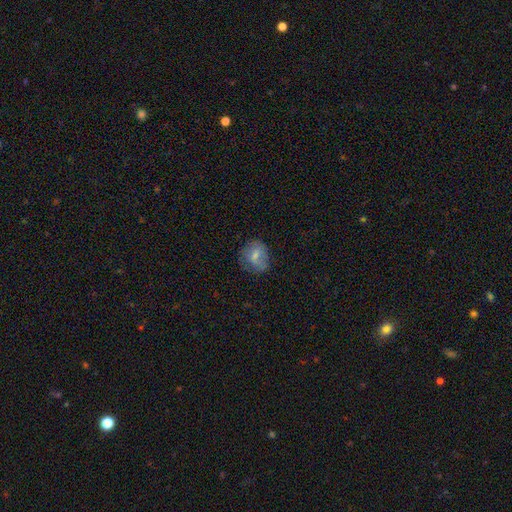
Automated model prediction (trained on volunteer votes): This is likely a smooth galaxy (68%). How rounded: likely round (61%). Merging: likely none (60%).